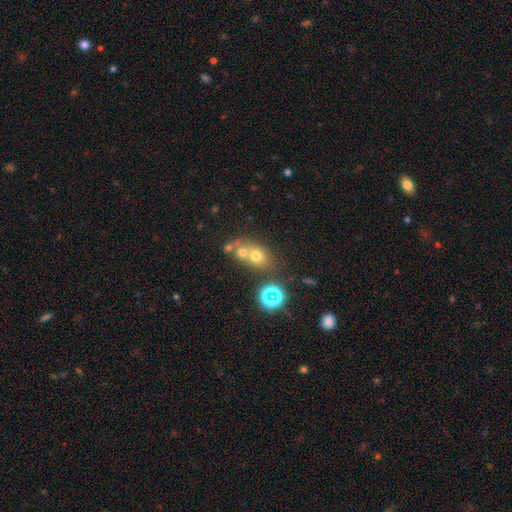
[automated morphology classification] A smooth galaxy with no disk features (61%) that is round (61%).

Vote fractions:
- Smooth or featured? smooth: 61% / star or artifact: 22% / featured or disk: 17%
- How rounded? round: 61% / in between: 38% / cigar-shaped: 2%
- Merging? none: 46% / merger: 40% / minor disturbance: 9% / major disturbance: 5%